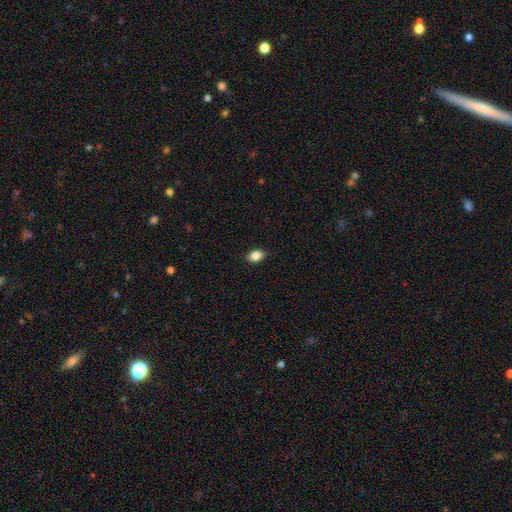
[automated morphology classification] The model was most divided on "how rounded": in between: 77%, round: 21%, cigar-shaped: 1%. More confident: merging — none (89%); smooth or featured — smooth (86%).